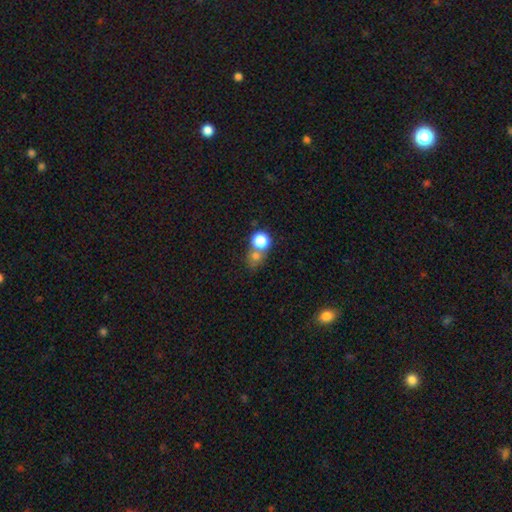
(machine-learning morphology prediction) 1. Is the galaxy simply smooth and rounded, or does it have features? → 74% smooth, 17% star or artifact, 9% featured or disk.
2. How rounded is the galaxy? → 81% round, 18% in between, 1% cigar-shaped.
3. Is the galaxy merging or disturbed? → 46% none, 41% merger, 8% minor disturbance, 5% major disturbance.